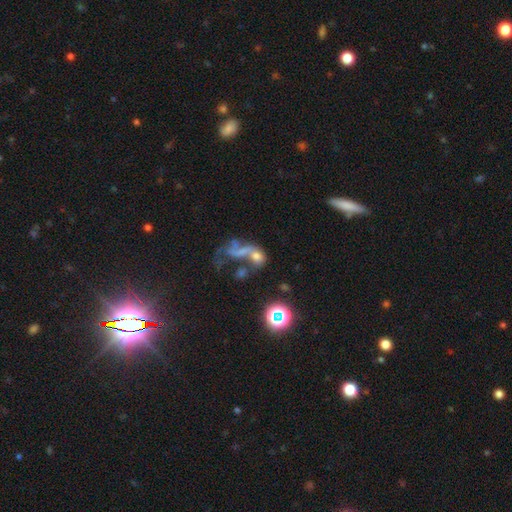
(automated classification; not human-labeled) This appears to be a smooth galaxy with no disk features (45%). Merging: merger (50%).